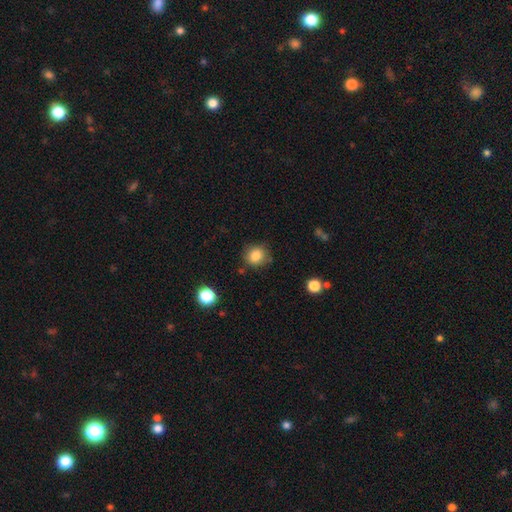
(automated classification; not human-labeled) Q: Smooth or featured?
A: smooth (84%); runner-up: star or artifact (10%)
Q: How rounded?
A: round (83%); runner-up: in between (16%)
Q: Merging?
A: none (81%); runner-up: minor disturbance (13%)